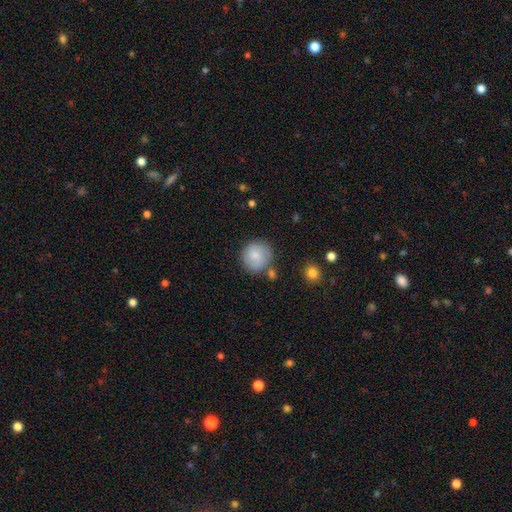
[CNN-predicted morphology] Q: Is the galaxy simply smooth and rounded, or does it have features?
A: smooth — 76%.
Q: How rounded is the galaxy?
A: round — 91%.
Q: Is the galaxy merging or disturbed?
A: none — 72%.